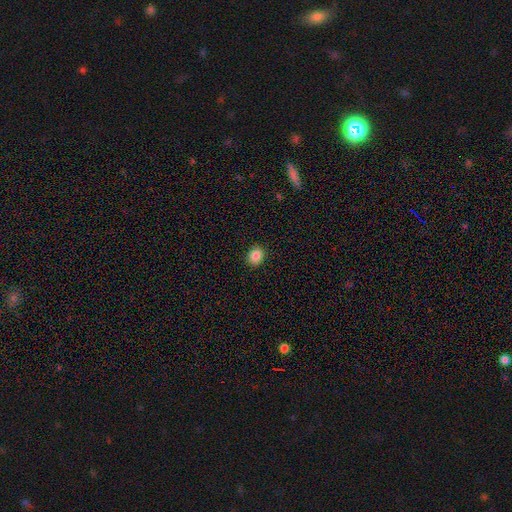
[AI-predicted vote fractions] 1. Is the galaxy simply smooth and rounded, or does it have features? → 86% smooth, 10% star or artifact, 5% featured or disk.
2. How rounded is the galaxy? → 59% round, 40% in between, 1% cigar-shaped.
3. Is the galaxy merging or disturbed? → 90% none, 7% minor disturbance, 2% major disturbance, 1% merger.